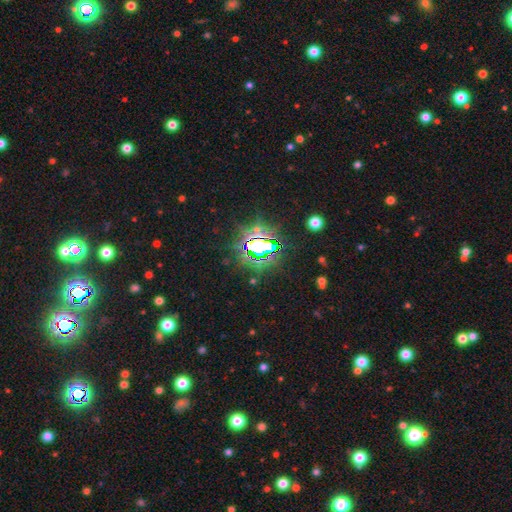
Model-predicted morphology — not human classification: This is clearly a star or artifact rather than a galaxy (83%).